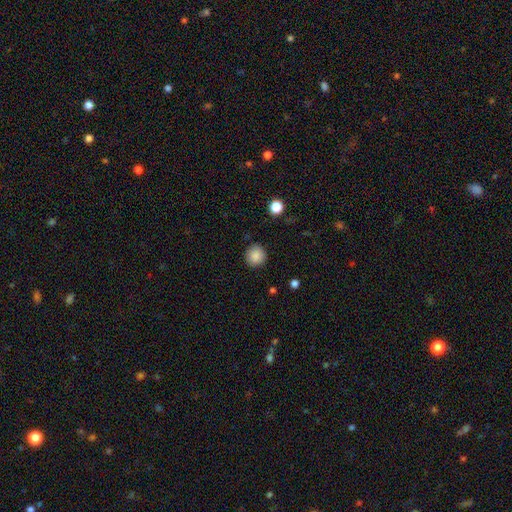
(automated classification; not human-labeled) A smooth galaxy with no disk features (87%) that is round (92%). Merging: none (89%).